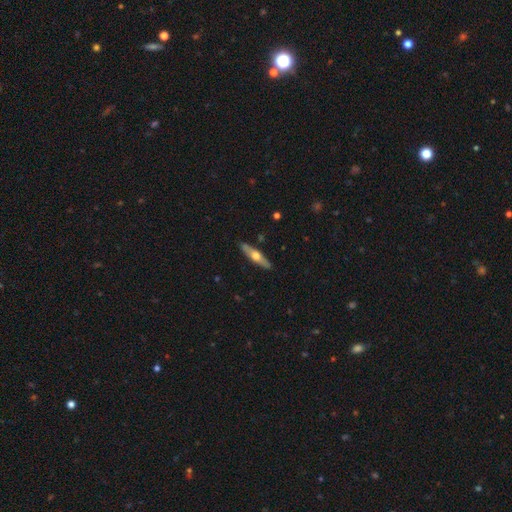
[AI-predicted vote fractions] Morphology: type=featured or disk (54%); edge-on=yes (87%); merging=none (89%).